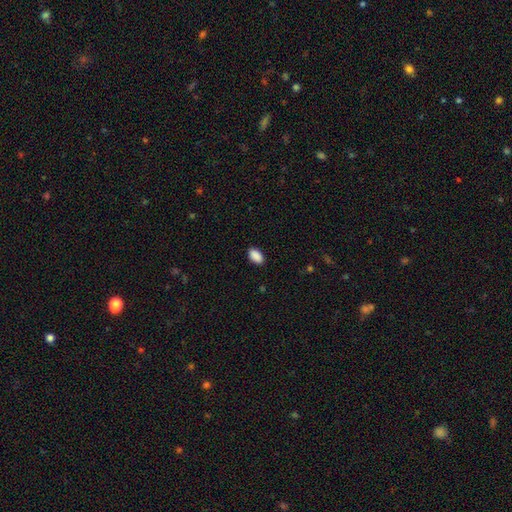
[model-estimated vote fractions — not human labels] A smooth galaxy with no disk features (90%) that is in between round and cigar-shaped (94%). Merging: none (89%).